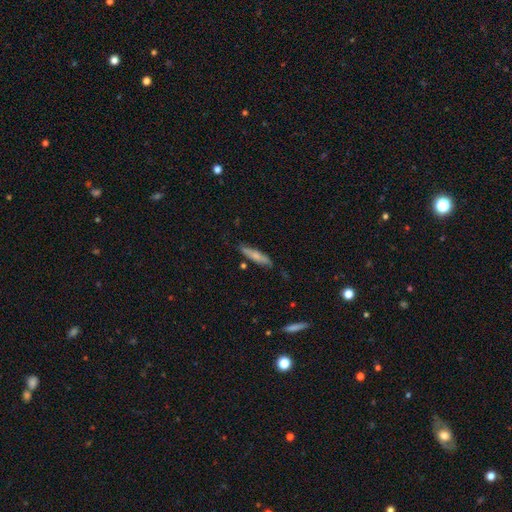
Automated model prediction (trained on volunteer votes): A smooth galaxy with no disk features (63%) that is cigar-shaped (80%).

Vote fractions:
- Smooth or featured? smooth: 63% / featured or disk: 31% / star or artifact: 6%
- How rounded? cigar-shaped: 80% / in between: 18% / round: 2%
- Merging? none: 79% / minor disturbance: 16% / major disturbance: 3% / merger: 2%